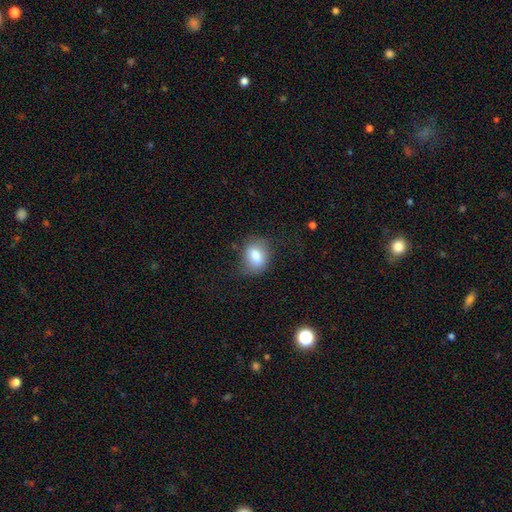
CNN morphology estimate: This is likely a smooth galaxy (77%). How rounded: likely in between (62%). Merging: likely none (66%).